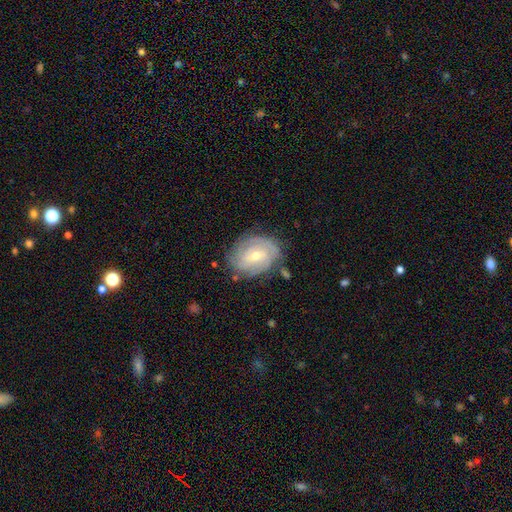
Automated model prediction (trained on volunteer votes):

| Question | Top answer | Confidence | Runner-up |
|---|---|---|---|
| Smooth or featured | featured or disk | 77% | smooth (16%) |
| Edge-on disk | no | 97% | yes (3%) |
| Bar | no | 46% | weak (43%) |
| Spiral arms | yes | 91% | no (9%) |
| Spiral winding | tight | 71% | medium (23%) |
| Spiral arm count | can't tell | 38% | 2 (23%) |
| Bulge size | small | 49% | moderate (48%) |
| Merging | none | 75% | minor disturbance (17%) |